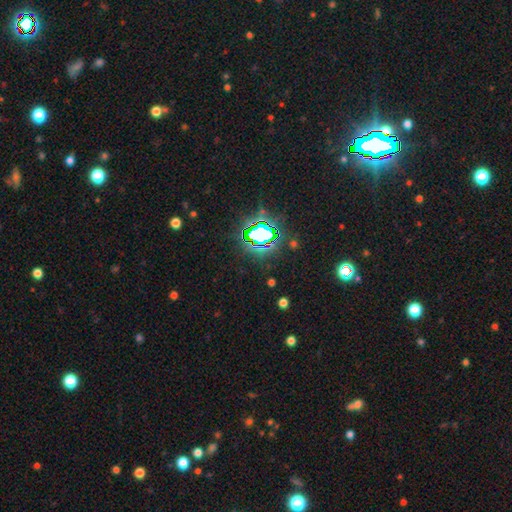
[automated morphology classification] Q: Smooth or featured?
A: star or artifact (82%); runner-up: smooth (10%)